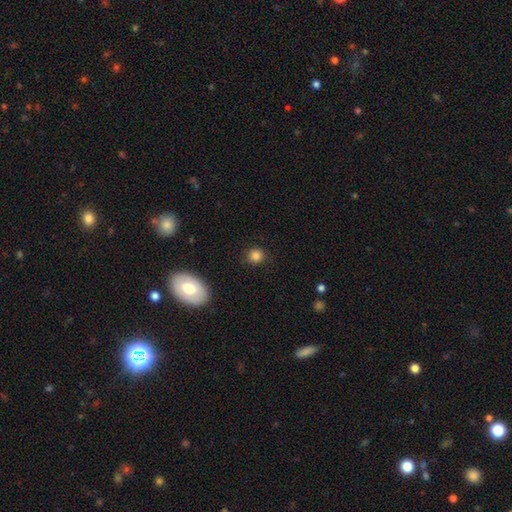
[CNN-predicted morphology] Smooth or featured? Predicted: smooth (p=0.83). How rounded? Predicted: round (p=0.87). Merging? Predicted: none (p=0.88).